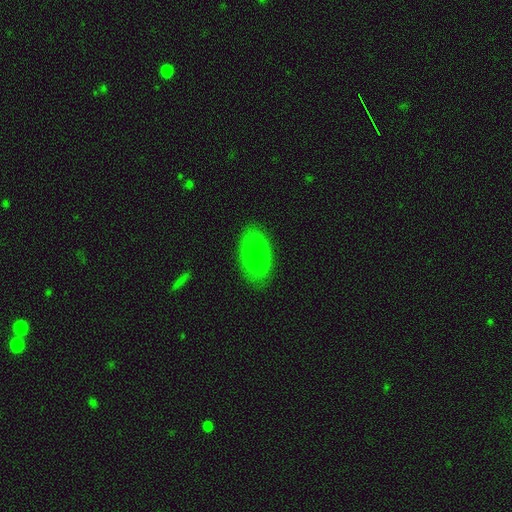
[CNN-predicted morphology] A smooth galaxy with no disk features (55%) that is in between round and cigar-shaped (90%). Merging: none (80%).